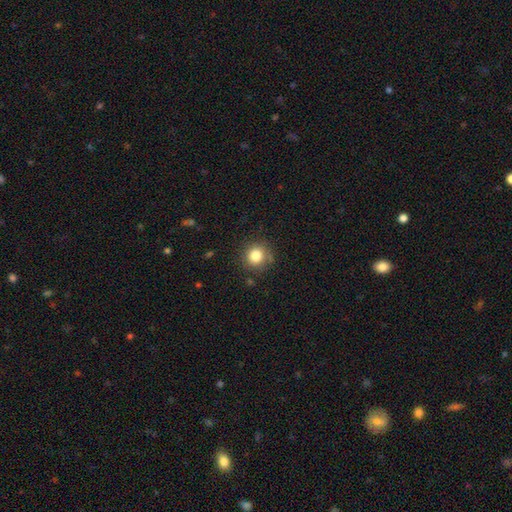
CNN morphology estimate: Overall: smooth (83%). How rounded: round (92%). Merging: none (83%).